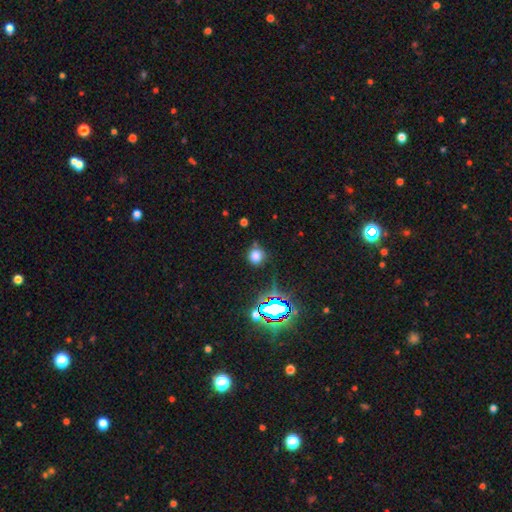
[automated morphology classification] type=smooth (69%); roundness=round (87%); merging=none (72%).